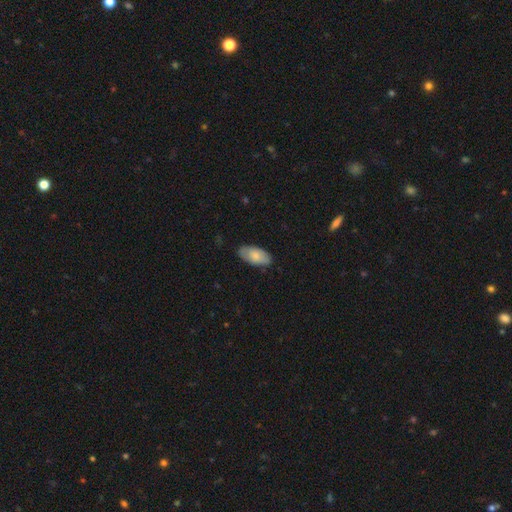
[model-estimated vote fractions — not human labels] Morphology: type=smooth (78%); roundness=in between (93%); merging=none (81%).